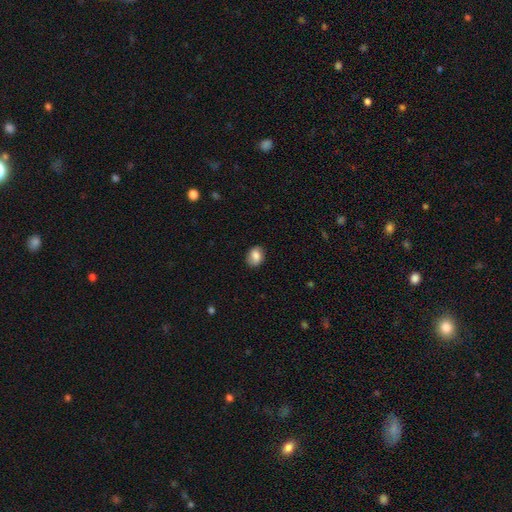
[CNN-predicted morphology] smooth_or_featured: smooth (p=0.79) [alt: featured or disk p=0.13]
how_rounded: in between (p=0.62) [alt: round p=0.37]
merging: none (p=0.83) [alt: minor disturbance p=0.13]